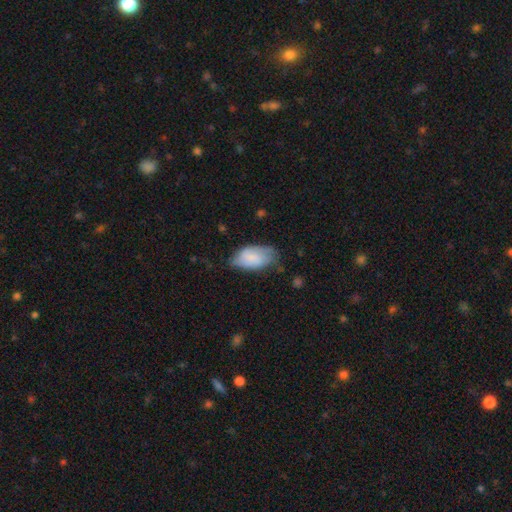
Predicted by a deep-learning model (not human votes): This is likely a smooth galaxy (68%). How rounded: clearly in between (93%). Merging: possibly none (47%).